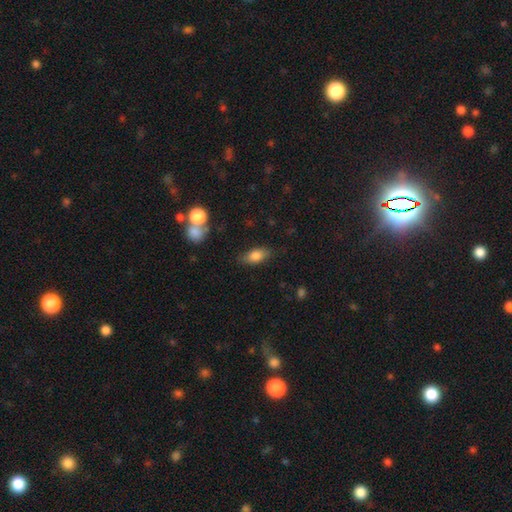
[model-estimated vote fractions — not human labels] The model was most divided on "merging": none: 80%, minor disturbance: 14%, major disturbance: 4%, merger: 3%. More confident: how rounded — in between (84%); smooth or featured — smooth (79%).